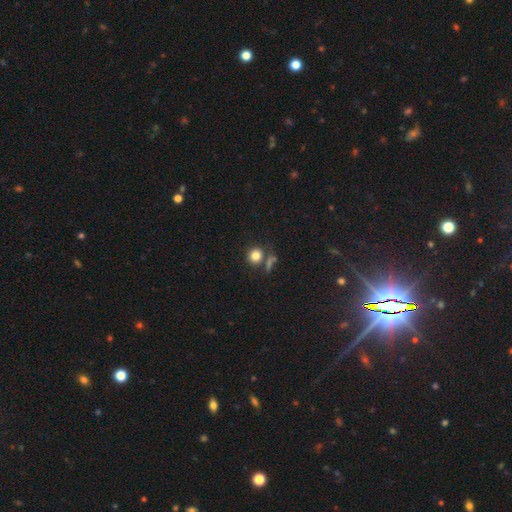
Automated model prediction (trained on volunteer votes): Morphology: type=smooth (81%); roundness=round (83%); merging=none (69%).